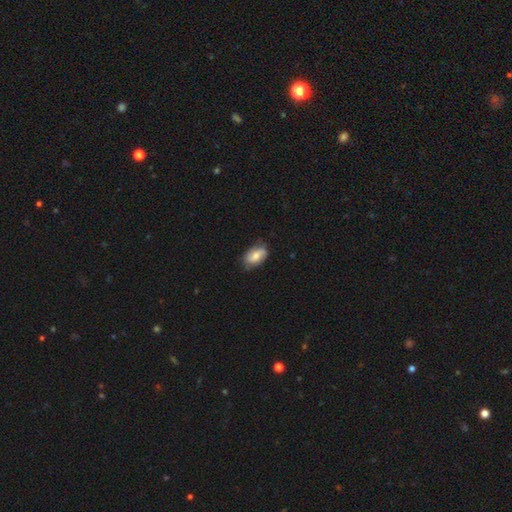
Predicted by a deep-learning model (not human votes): Overall: smooth (62%; featured or disk 32%). How rounded: in between (90%). Merging: none (71%).